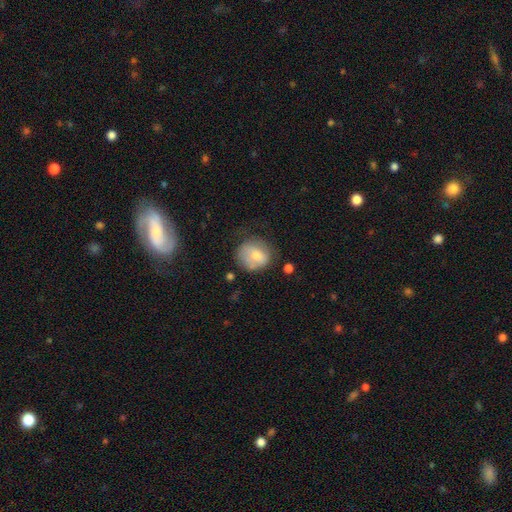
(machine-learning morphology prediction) Q: Smooth or featured?
A: smooth (71%); runner-up: featured or disk (20%)
Q: How rounded?
A: round (77%); runner-up: in between (22%)
Q: Merging?
A: none (52%); runner-up: minor disturbance (29%)